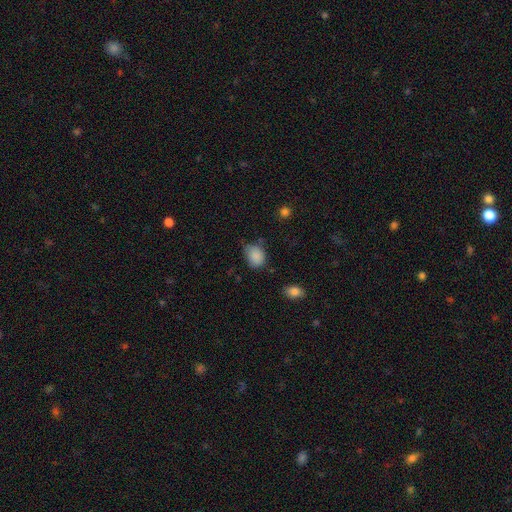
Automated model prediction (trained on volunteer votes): The model was most divided on "how rounded": in between: 58%, round: 41%, cigar-shaped: 1%. More confident: smooth or featured — smooth (86%); merging — none (56%).